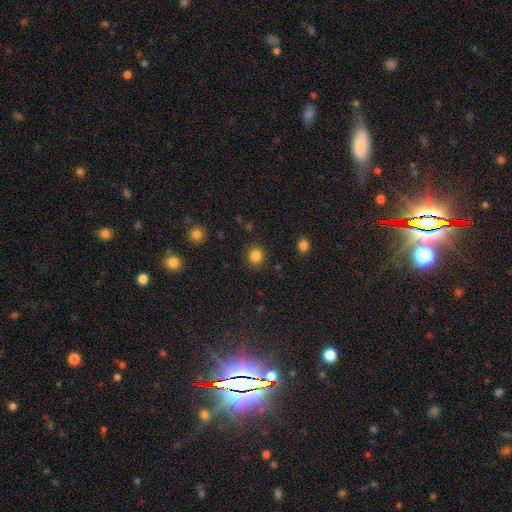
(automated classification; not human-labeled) Q: Smooth or featured?
A: smooth (84%); runner-up: star or artifact (11%)
Q: How rounded?
A: round (86%); runner-up: in between (13%)
Q: Merging?
A: none (89%); runner-up: minor disturbance (7%)